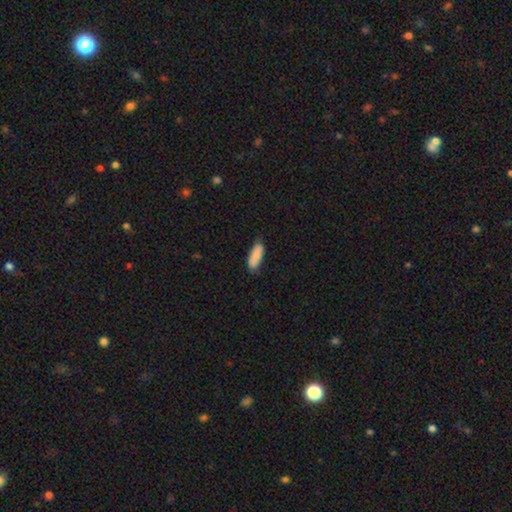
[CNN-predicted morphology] Smooth or featured? Predicted: smooth (p=0.87). How rounded? Predicted: in between (p=0.65). Merging? Predicted: none (p=0.76).